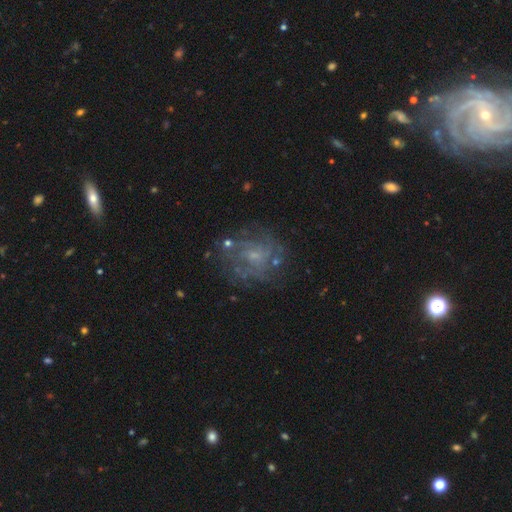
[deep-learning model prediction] This appears to be a featured or disk galaxy (66%) with no bar (66%), spiral arms (68%) and a small central bulge (64%). Merging: none (67%).